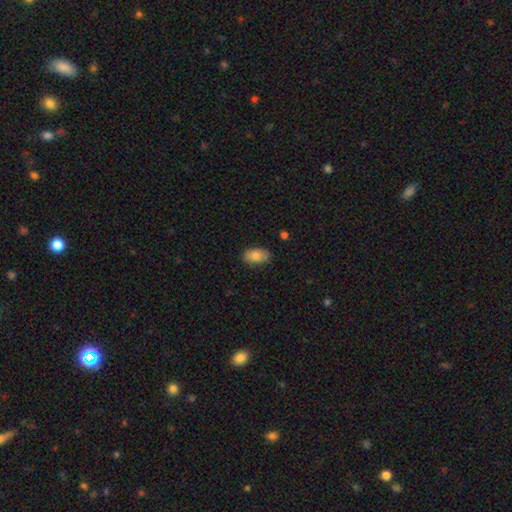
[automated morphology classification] This appears to be a smooth galaxy with no disk features (79%) that is in between round and cigar-shaped (92%). Merging: none (81%).